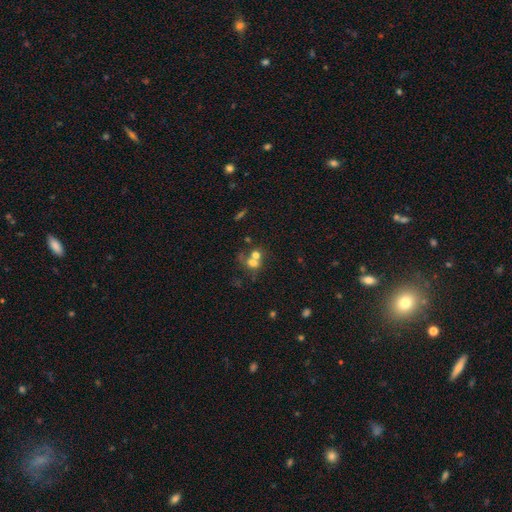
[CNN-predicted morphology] A smooth galaxy with no disk features (61%) that is round (70%).

Vote fractions:
- Smooth or featured? smooth: 61% / featured or disk: 24% / star or artifact: 16%
- How rounded? round: 70% / in between: 29% / cigar-shaped: 1%
- Merging? merger: 60% / none: 26% / minor disturbance: 7% / major disturbance: 6%